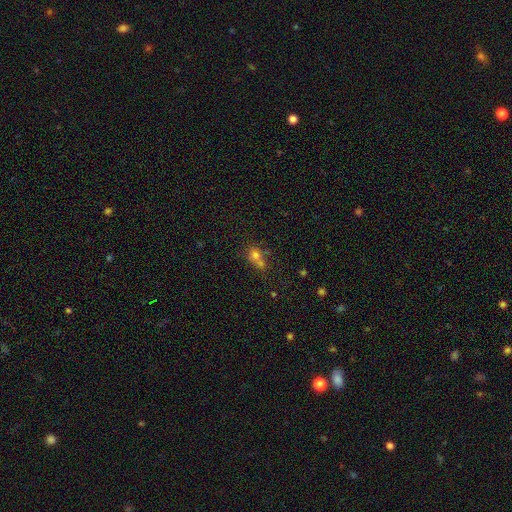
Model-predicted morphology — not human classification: Q: Smooth or featured?
A: smooth (66%); runner-up: star or artifact (19%)
Q: How rounded?
A: round (73%); runner-up: in between (26%)
Q: Merging?
A: merger (50%); runner-up: none (36%)